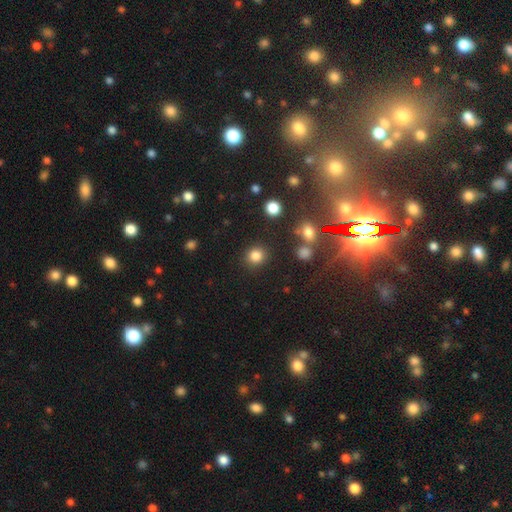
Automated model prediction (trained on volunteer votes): Overall: smooth (83%). How rounded: round (85%). Merging: none (87%).